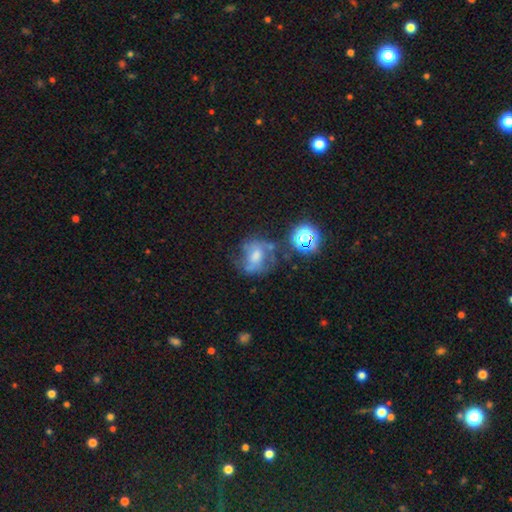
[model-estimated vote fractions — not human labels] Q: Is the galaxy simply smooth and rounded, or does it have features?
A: featured or disk — 48%.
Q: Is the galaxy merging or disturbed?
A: none — 51%.